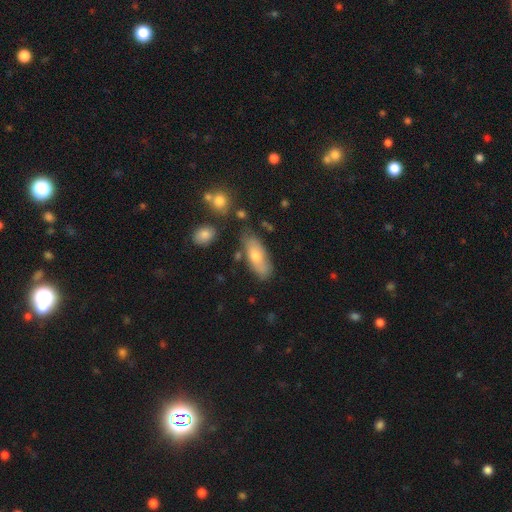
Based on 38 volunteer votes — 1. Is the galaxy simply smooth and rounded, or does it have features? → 66% smooth, 24% featured or disk, 11% star or artifact.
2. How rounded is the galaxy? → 56% in between, 44% cigar-shaped, 0% round.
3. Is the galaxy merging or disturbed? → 68% none, 24% minor disturbance, 9% major disturbance, 0% merger.